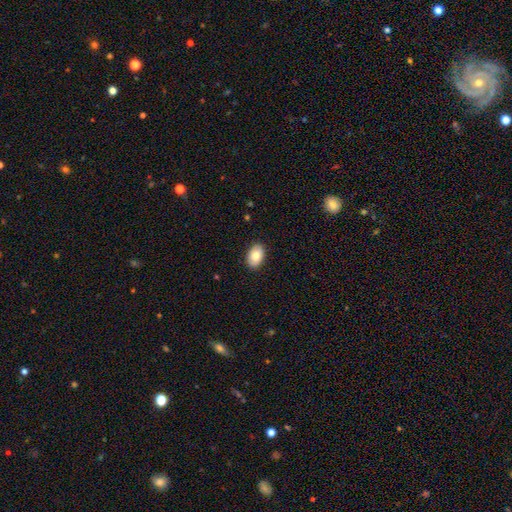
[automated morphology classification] Smooth or featured? smooth (82%)
How rounded? in between (88%)
Merging? none (89%)